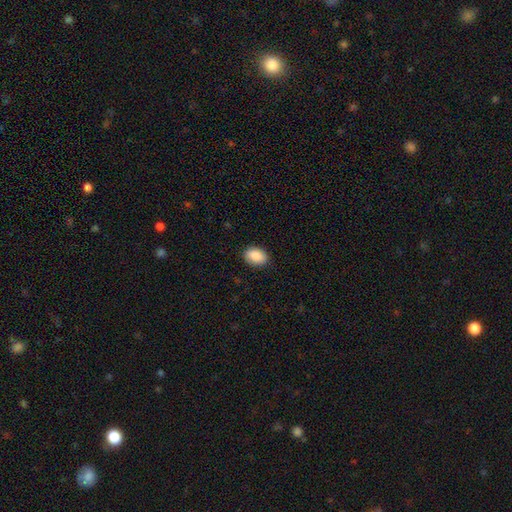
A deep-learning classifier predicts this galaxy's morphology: This is clearly a smooth galaxy (89%). How rounded: clearly in between (83%). Merging: clearly none (88%).